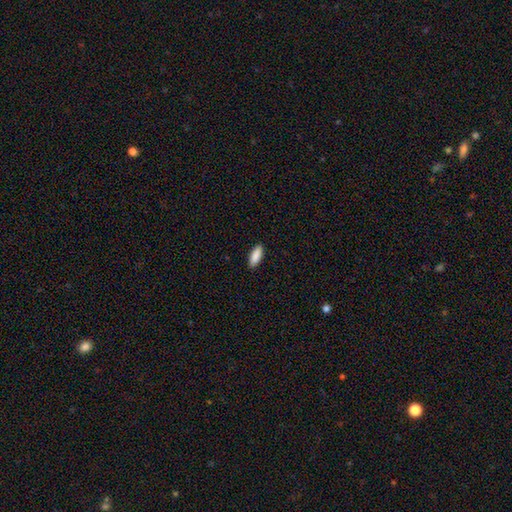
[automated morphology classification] smooth_or_featured: smooth (p=0.90) [alt: star or artifact p=0.06]
how_rounded: in between (p=0.72) [alt: cigar-shaped p=0.26]
merging: none (p=0.90) [alt: minor disturbance p=0.07]